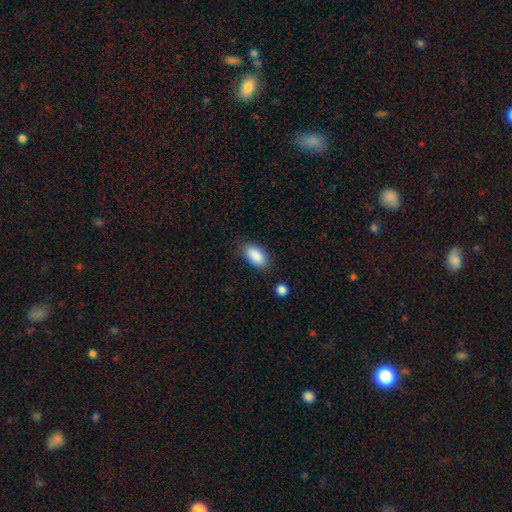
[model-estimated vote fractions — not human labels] The model was most divided on "merging": none: 81%, minor disturbance: 13%, major disturbance: 3%, merger: 3%. More confident: how rounded — in between (92%); smooth or featured — smooth (89%).